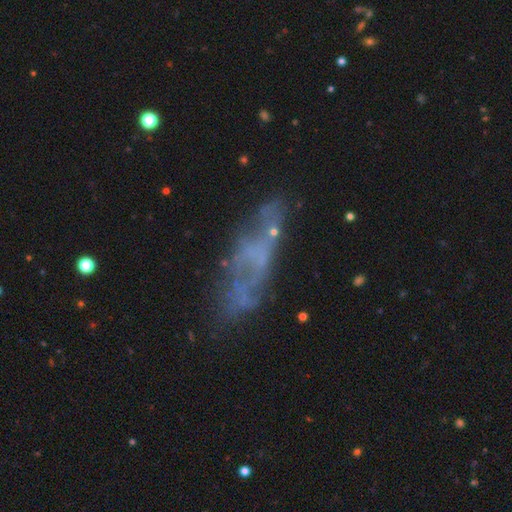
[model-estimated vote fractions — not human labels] smooth-or-featured: featured or disk: 56% | smooth: 26% | star or artifact: 18%
  disk-edge-on: no: 83% | yes: 17%
  merging: none: 57% | minor disturbance: 19% | major disturbance: 17% | merger: 7%